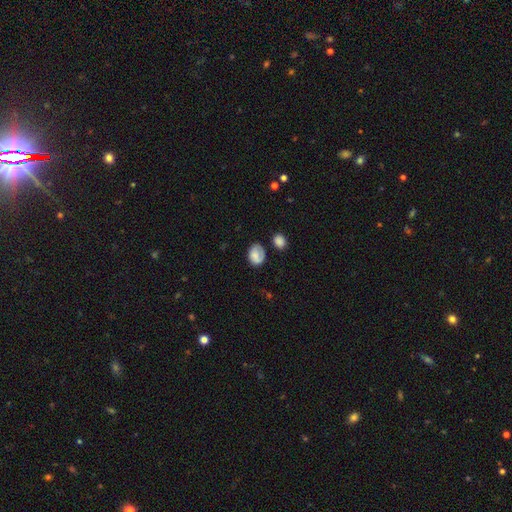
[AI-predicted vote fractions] smooth 75%, featured or disk 17%, star or artifact 8%. Down the decision tree: how rounded — in between (64%); merging — none (55%).